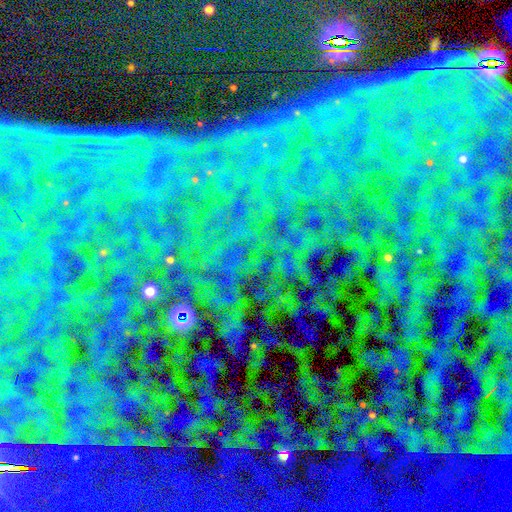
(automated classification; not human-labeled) star or artifact 84%, smooth 9%, featured or disk 8%.